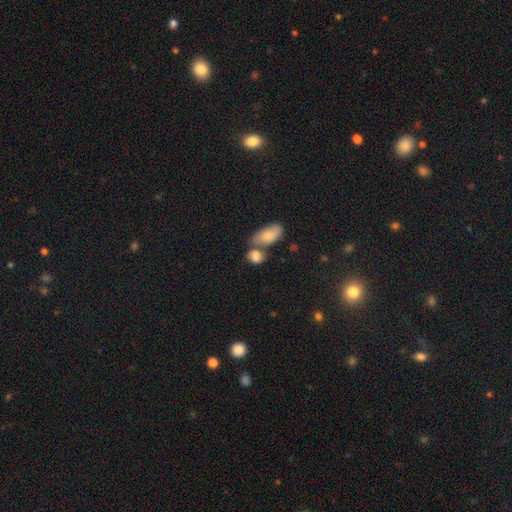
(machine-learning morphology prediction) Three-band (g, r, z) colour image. It shows a smooth galaxy with no disk features (78%) that is in between round and cigar-shaped (71%). Merging: merger (45%).